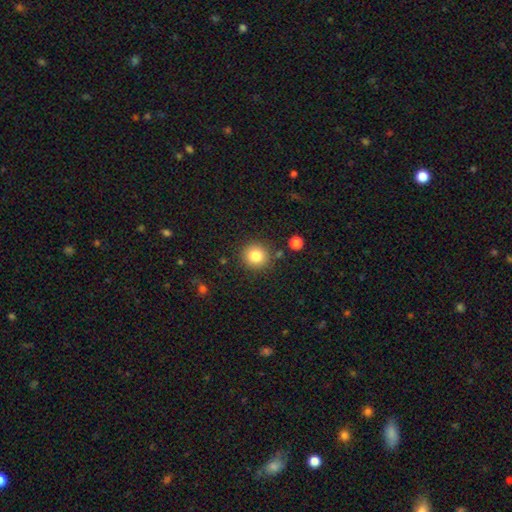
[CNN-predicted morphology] A smooth galaxy with no disk features (82%) that is round (92%). Merging: none (87%).